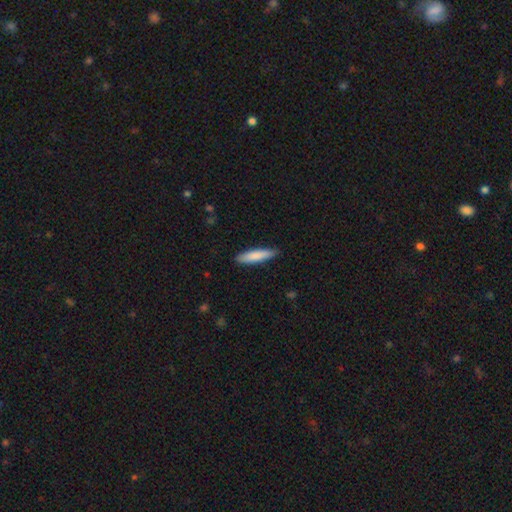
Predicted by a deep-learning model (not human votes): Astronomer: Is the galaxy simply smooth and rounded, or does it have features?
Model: smooth — 83%.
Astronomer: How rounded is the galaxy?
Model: cigar-shaped — 81%.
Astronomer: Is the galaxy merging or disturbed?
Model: none — 88%.